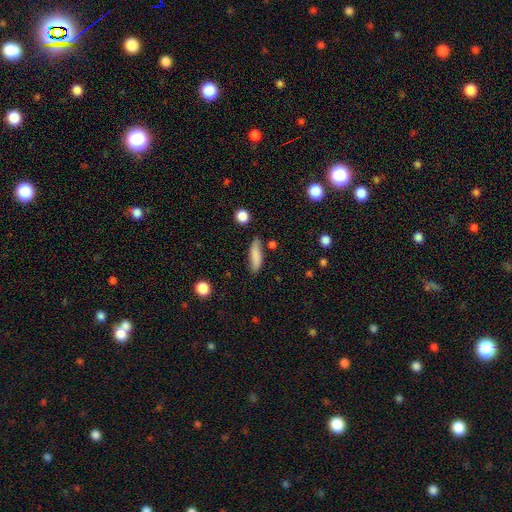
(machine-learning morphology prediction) A smooth galaxy with no disk features (80%) that is cigar-shaped (60%). Merging: none (75%).